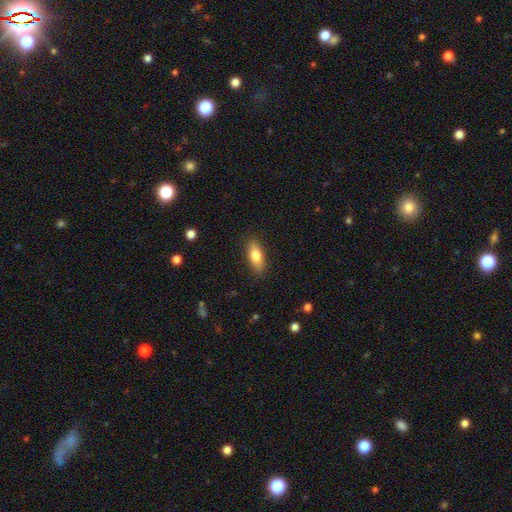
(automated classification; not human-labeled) Morphology: type=smooth (76%); roundness=in between (70%); merging=none (87%).